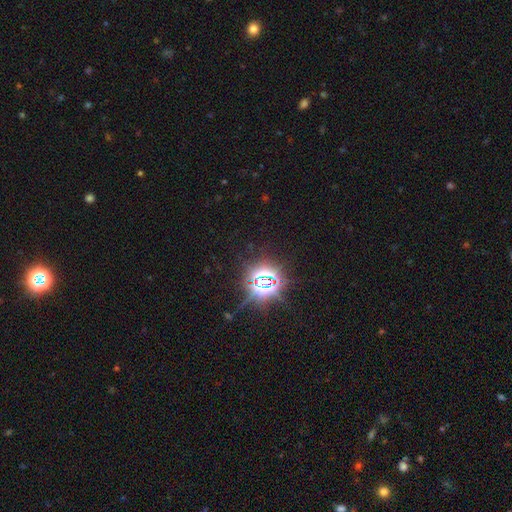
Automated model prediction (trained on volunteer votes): This is clearly a star or artifact rather than a galaxy (82%).